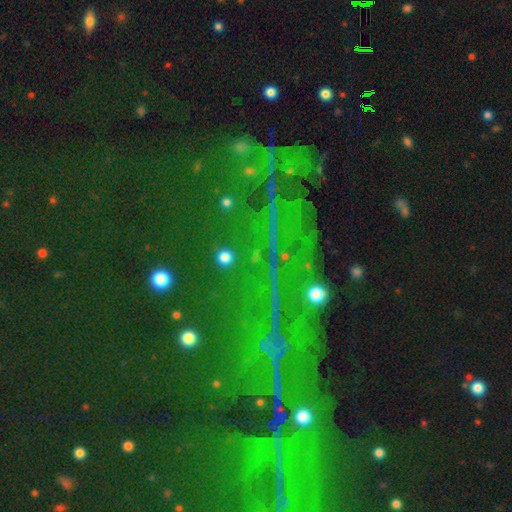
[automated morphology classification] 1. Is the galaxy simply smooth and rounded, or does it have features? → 81% star or artifact, 10% smooth, 9% featured or disk.